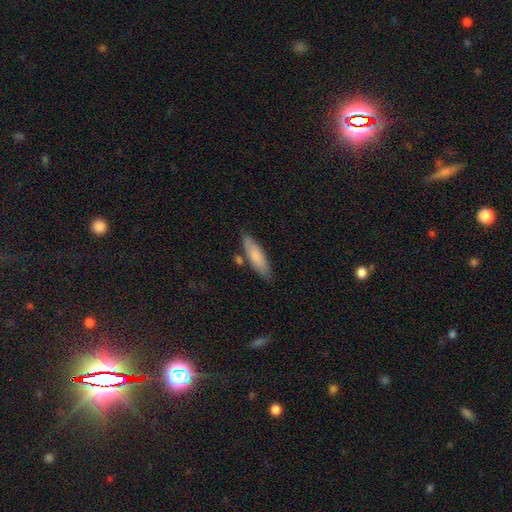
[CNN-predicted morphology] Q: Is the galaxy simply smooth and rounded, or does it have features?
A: smooth — 78%.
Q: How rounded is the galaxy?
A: cigar-shaped — 58%.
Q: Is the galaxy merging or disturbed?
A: none — 75%.